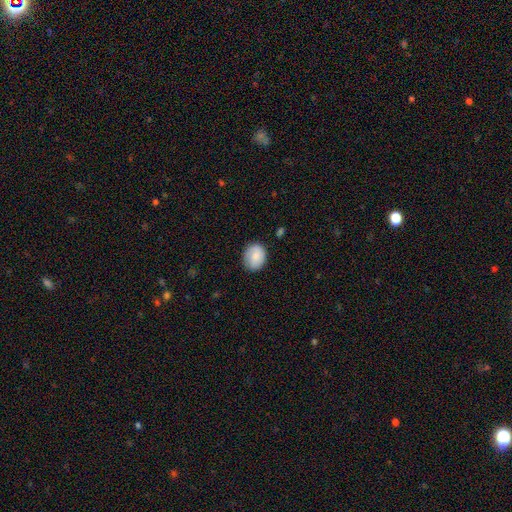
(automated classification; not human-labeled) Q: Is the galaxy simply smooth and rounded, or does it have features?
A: smooth — 80%.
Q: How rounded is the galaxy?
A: round — 53%.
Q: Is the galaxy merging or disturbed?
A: none — 80%.